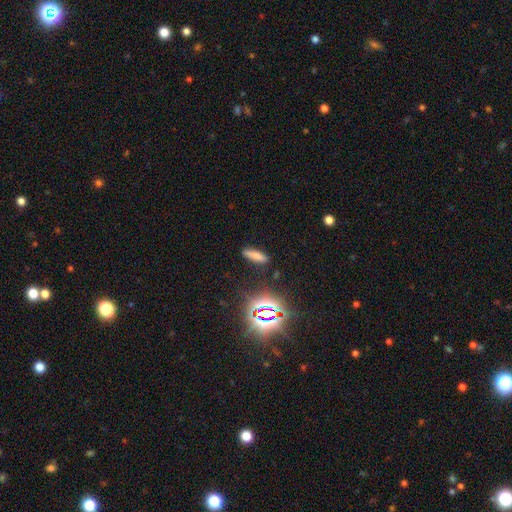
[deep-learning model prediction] This is likely a smooth galaxy (70%). How rounded: possibly cigar-shaped (58%). Merging: clearly none (85%).